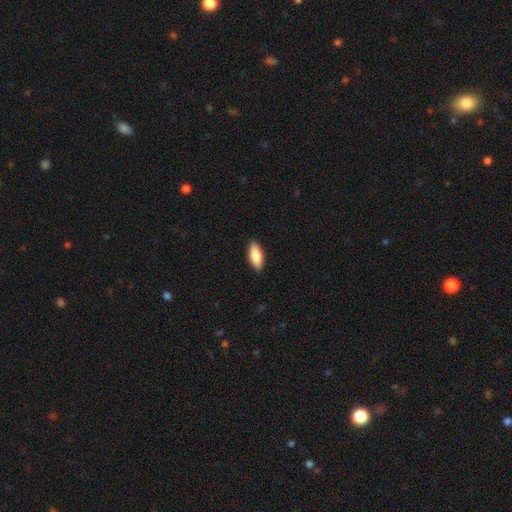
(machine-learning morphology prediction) This is clearly a smooth galaxy (85%). How rounded: likely in between (79%). Merging: clearly none (90%).